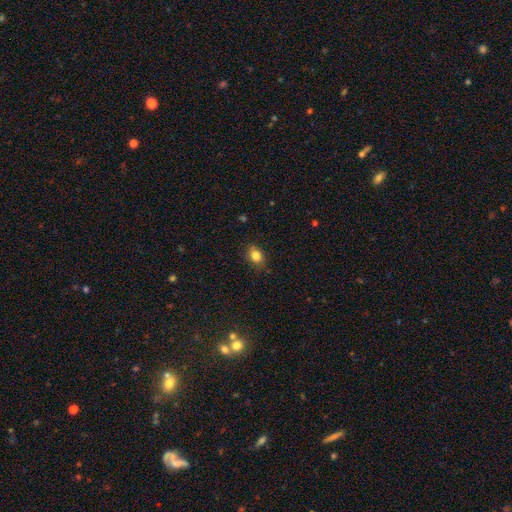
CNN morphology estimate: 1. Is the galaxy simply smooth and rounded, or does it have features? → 83% smooth, 11% star or artifact, 6% featured or disk.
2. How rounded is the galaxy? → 52% in between, 46% round, 1% cigar-shaped.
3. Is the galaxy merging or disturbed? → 83% none, 13% minor disturbance, 3% major disturbance, 1% merger.